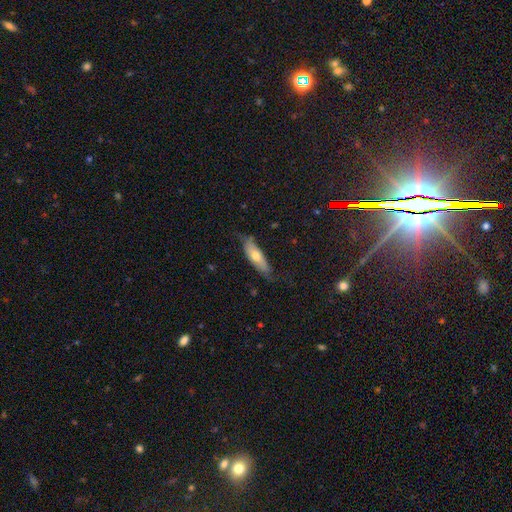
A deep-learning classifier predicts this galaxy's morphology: Q: Smooth or featured?
A: smooth (57%); runner-up: featured or disk (37%)
Q: How rounded?
A: in between (55%); runner-up: cigar-shaped (43%)
Q: Merging?
A: none (63%); runner-up: minor disturbance (28%)